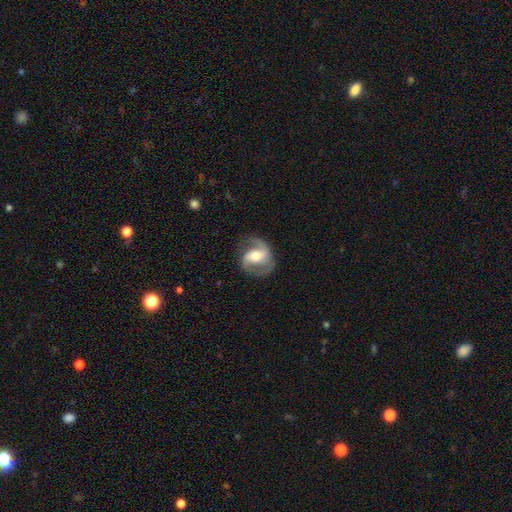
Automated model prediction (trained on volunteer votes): smooth_or_featured: featured or disk (p=0.82) [alt: smooth p=0.13]
disk_edge_on: no (p=0.97) [alt: yes p=0.03]
bar: weak (p=0.42) [alt: strong p=0.34]
has_spiral_arms: yes (p=0.94) [alt: no p=0.06]
spiral_winding: medium (p=0.52) [alt: loose p=0.28]
spiral_arm_count: 2 (p=0.85) [alt: 1 p=0.07]
bulge_size: moderate (p=0.64) [alt: small p=0.20]
merging: none (p=0.72) [alt: minor disturbance p=0.16]